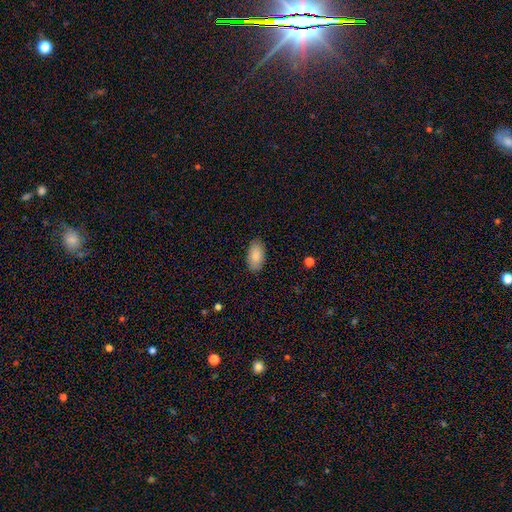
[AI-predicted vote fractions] Q: Smooth or featured?
A: smooth (87%); runner-up: star or artifact (6%)
Q: How rounded?
A: in between (95%); runner-up: round (3%)
Q: Merging?
A: none (88%); runner-up: minor disturbance (9%)